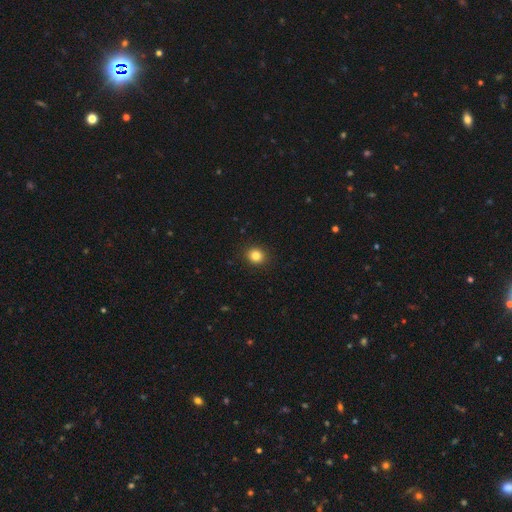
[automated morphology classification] Smooth or featured?
  - smooth: 84% *
  - star or artifact: 11%
  - featured or disk: 5%
How rounded?
  - round: 84% *
  - in between: 15%
  - cigar-shaped: 1%
Merging?
  - none: 92% *
  - minor disturbance: 6%
  - major disturbance: 2%
  - merger: 1%